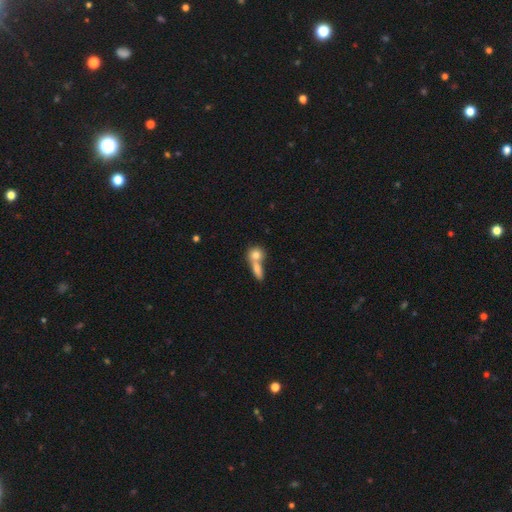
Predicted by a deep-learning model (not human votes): The model was most divided on "merging": merger: 56%, none: 33%, minor disturbance: 7%, major disturbance: 4%. More confident: smooth or featured — smooth (78%); how rounded — round (64%).